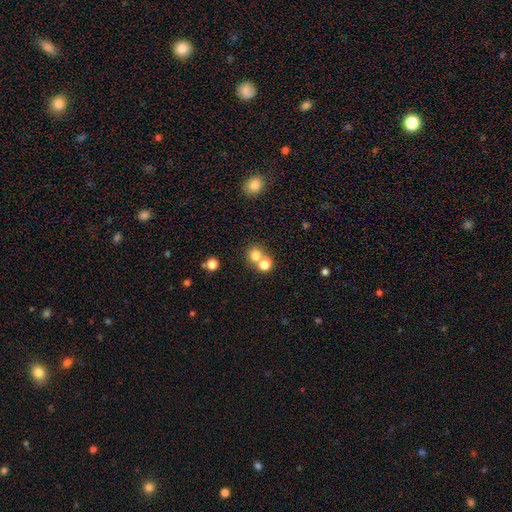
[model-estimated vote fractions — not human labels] This appears to be a smooth galaxy with no disk features (77%) that is round (84%). Merging: none (53%).